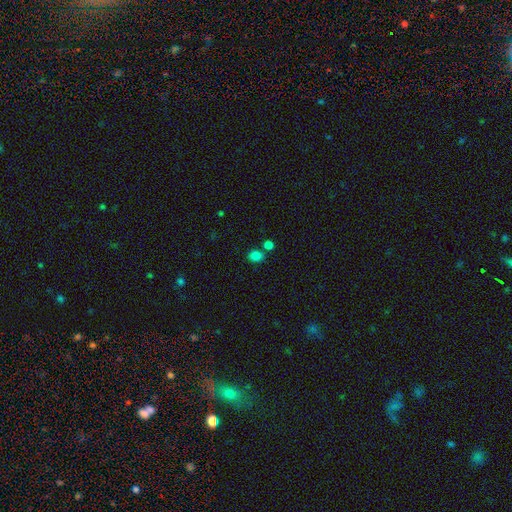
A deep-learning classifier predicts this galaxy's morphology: Q: Smooth or featured?
A: smooth (82%); runner-up: star or artifact (14%)
Q: How rounded?
A: round (55%); runner-up: in between (44%)
Q: Merging?
A: none (70%); runner-up: merger (17%)